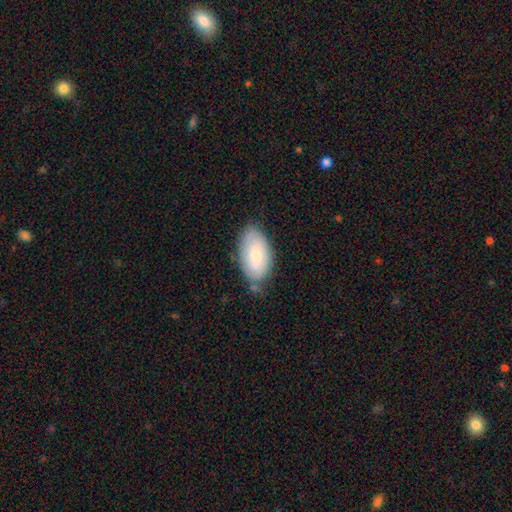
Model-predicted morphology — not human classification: smooth_or_featured: smooth (p=0.70) [alt: featured or disk p=0.24]
how_rounded: in between (p=0.94) [alt: round p=0.03]
merging: none (p=0.68) [alt: minor disturbance p=0.23]